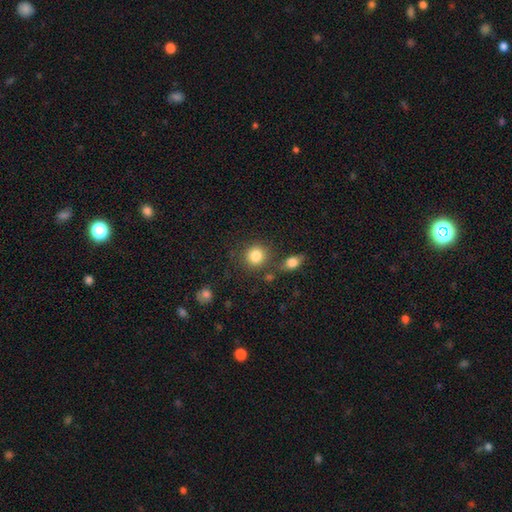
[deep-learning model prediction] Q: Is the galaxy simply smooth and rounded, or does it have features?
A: smooth — 84%.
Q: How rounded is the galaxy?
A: round — 85%.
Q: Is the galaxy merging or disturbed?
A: none — 76%.